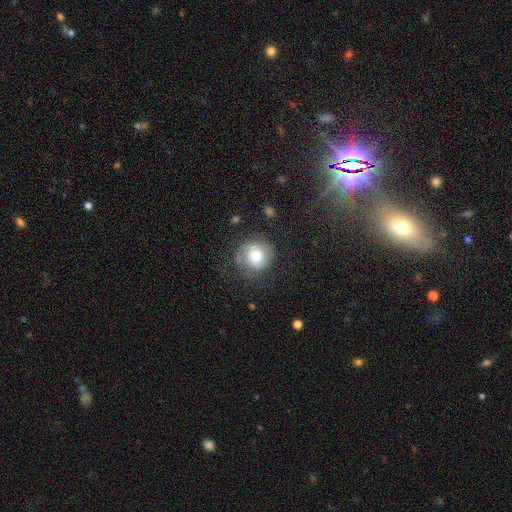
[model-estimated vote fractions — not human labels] Smooth or featured: smooth — 61% (featured or disk — 30%)
How rounded: round — 89% (in between — 10%)
Merging: none — 68% (minor disturbance — 19%)